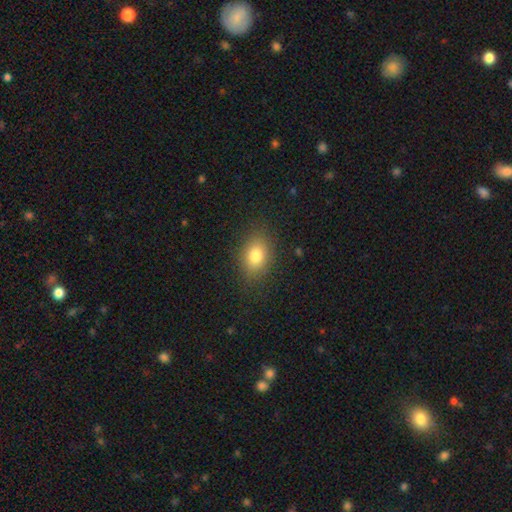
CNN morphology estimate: type=smooth (81%); roundness=in between (73%); merging=none (86%).